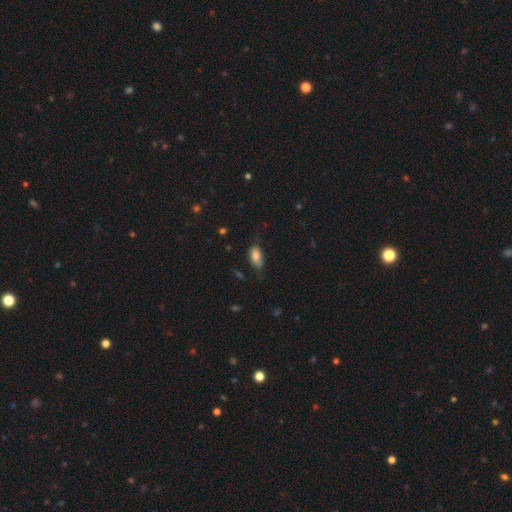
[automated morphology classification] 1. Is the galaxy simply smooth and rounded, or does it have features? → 82% smooth, 11% featured or disk, 8% star or artifact.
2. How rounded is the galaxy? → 90% in between, 6% cigar-shaped, 4% round.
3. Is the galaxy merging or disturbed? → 62% none, 29% minor disturbance, 8% major disturbance, 2% merger.